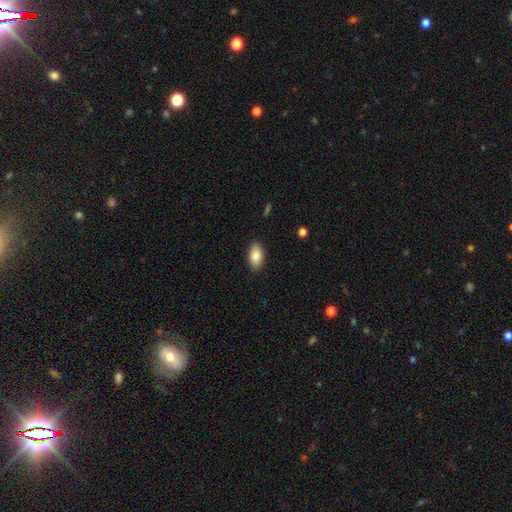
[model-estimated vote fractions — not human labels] smooth_or_featured: smooth (p=0.87) [alt: star or artifact p=0.07]
how_rounded: in between (p=0.93) [alt: round p=0.04]
merging: none (p=0.87) [alt: minor disturbance p=0.10]